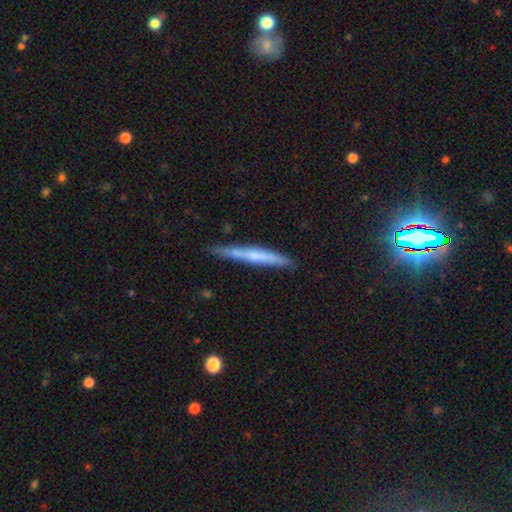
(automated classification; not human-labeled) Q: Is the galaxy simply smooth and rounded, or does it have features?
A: featured or disk — 47%.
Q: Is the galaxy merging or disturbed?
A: none — 77%.